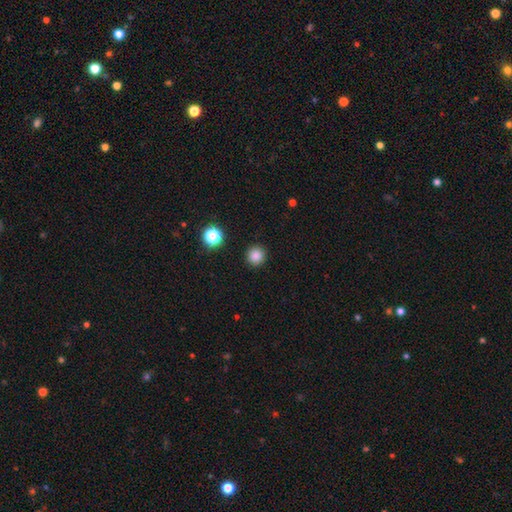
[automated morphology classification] smooth_or_featured: smooth (p=0.84) [alt: star or artifact p=0.12]
how_rounded: round (p=0.94) [alt: in between p=0.05]
merging: none (p=0.91) [alt: minor disturbance p=0.05]